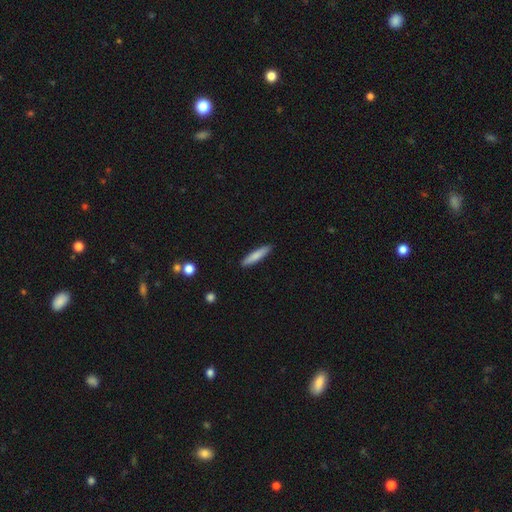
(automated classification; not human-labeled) Smooth or featured: smooth — 79% (featured or disk — 15%)
How rounded: cigar-shaped — 87% (in between — 12%)
Merging: none — 89% (minor disturbance — 8%)